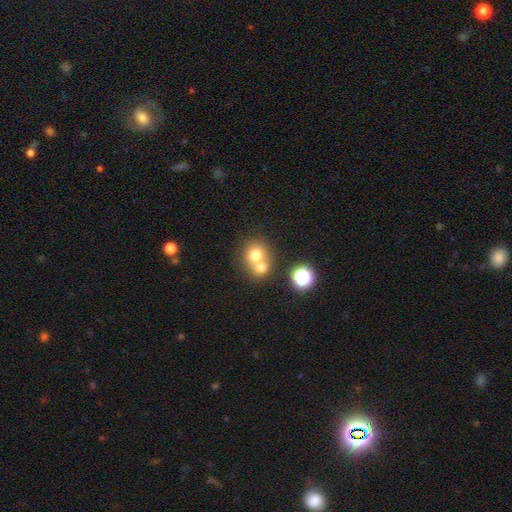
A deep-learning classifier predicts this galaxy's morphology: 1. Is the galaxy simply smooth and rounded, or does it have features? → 72% smooth, 15% featured or disk, 13% star or artifact.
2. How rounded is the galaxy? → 80% round, 19% in between, 1% cigar-shaped.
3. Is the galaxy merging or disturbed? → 59% merger, 33% none, 5% minor disturbance, 3% major disturbance.